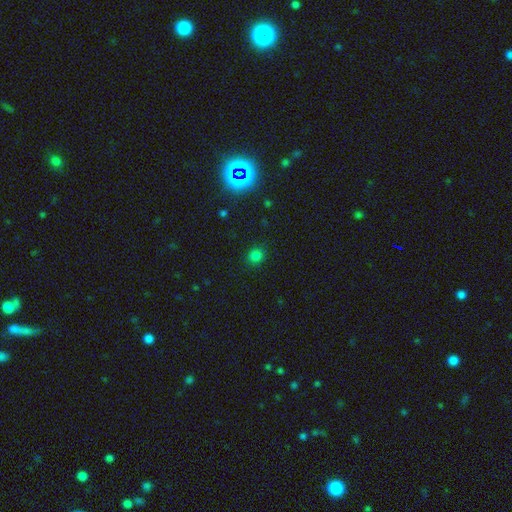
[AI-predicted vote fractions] Smooth or featured? smooth (77%)
How rounded? round (83%)
Merging? none (88%)